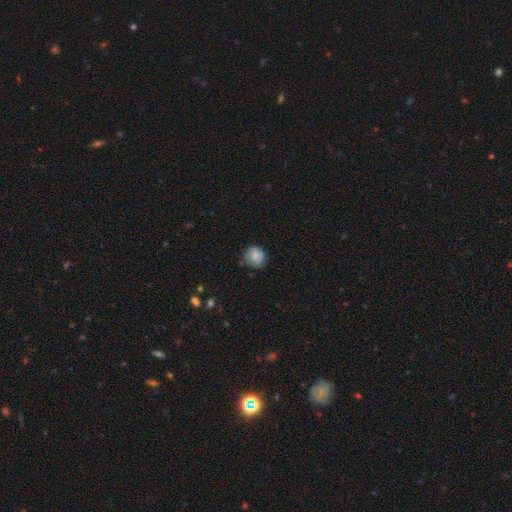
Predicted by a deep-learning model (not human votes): Smooth or featured? smooth (81%)
How rounded? round (87%)
Merging? none (76%)